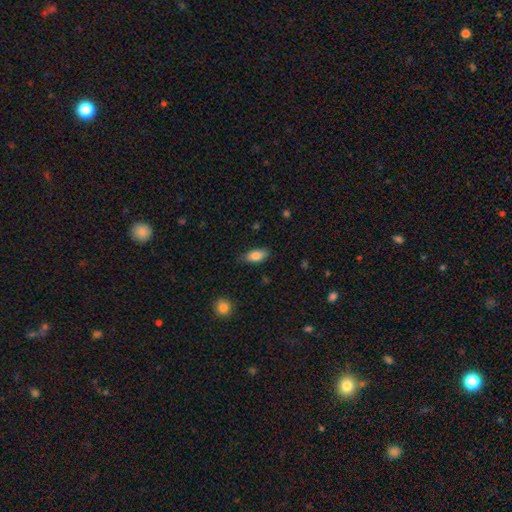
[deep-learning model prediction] This is clearly a smooth galaxy (81%). How rounded: clearly in between (87%). Merging: likely none (80%).